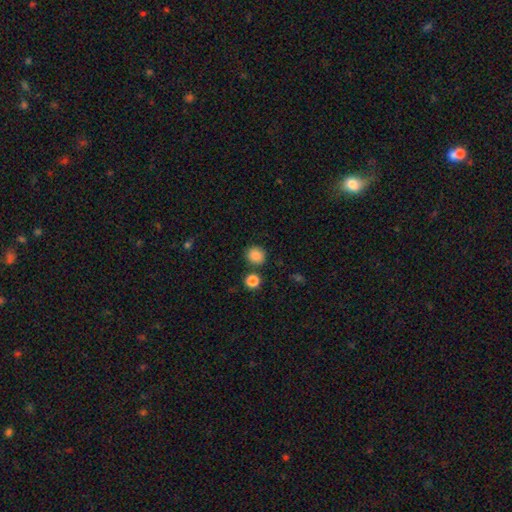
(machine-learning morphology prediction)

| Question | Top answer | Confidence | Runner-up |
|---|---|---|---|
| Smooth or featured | smooth | 86% | star or artifact (10%) |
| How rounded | round | 85% | in between (14%) |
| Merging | none | 84% | minor disturbance (8%) |